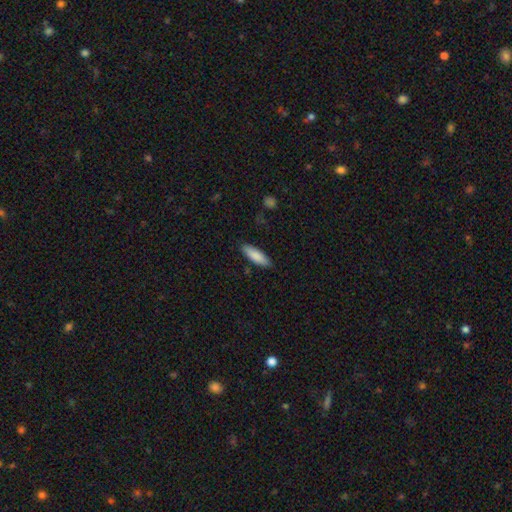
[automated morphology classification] smooth_or_featured: smooth (p=0.87) [alt: featured or disk p=0.08]
how_rounded: cigar-shaped (p=0.50) [alt: in between p=0.49]
merging: none (p=0.86) [alt: minor disturbance p=0.11]